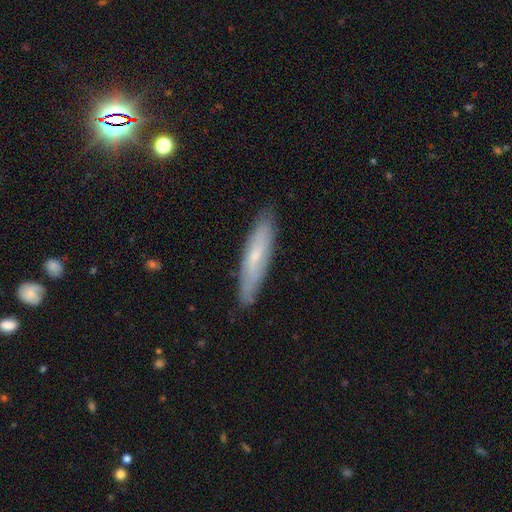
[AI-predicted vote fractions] This is possibly a smooth galaxy (48%). Merging: clearly none (84%).